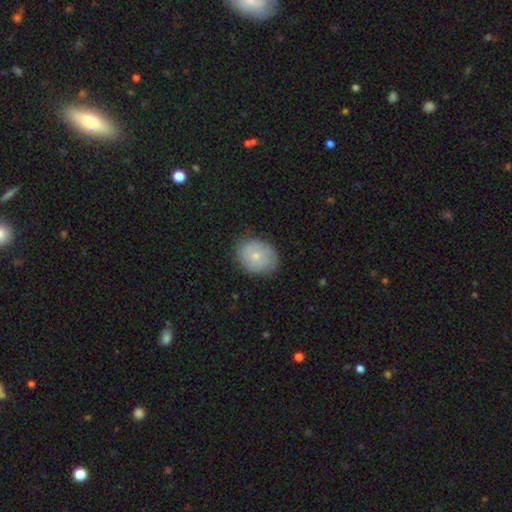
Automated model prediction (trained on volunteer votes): Morphology: type=smooth (59%); roundness=round (54%); merging=none (76%).